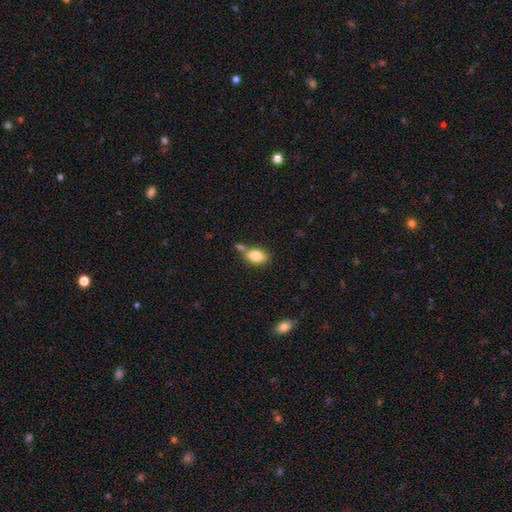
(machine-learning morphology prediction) The model was most divided on "merging": none: 54%, merger: 26%, minor disturbance: 15%, major disturbance: 4%. More confident: how rounded — in between (85%); smooth or featured — smooth (83%).